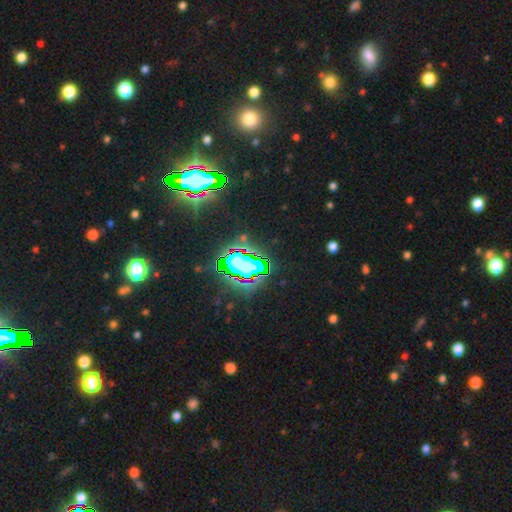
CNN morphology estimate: Smooth or featured: star or artifact — 70% (smooth — 17%)